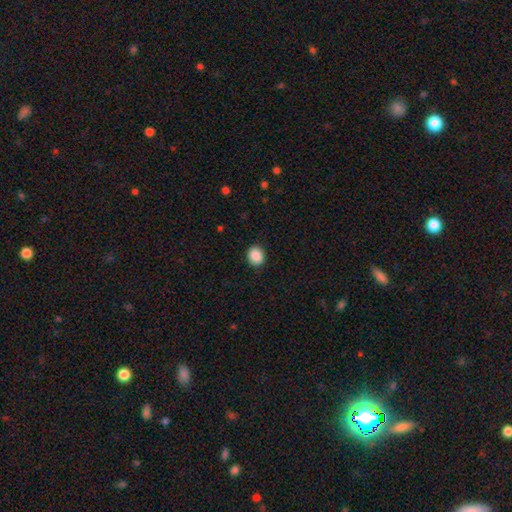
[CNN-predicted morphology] Smooth or featured: smooth — 89% (star or artifact — 8%)
How rounded: round — 65% (in between — 34%)
Merging: none — 90% (minor disturbance — 7%)